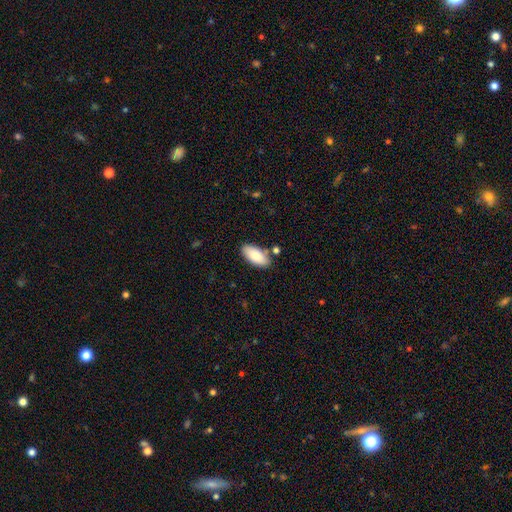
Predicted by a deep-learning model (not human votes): smooth 84%, featured or disk 10%, star or artifact 6%. Down the decision tree: how rounded — in between (90%); merging — none (78%).